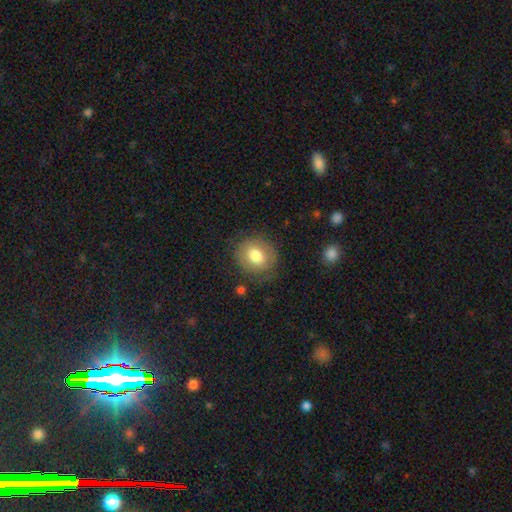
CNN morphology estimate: A smooth galaxy with no disk features (74%) that is round (71%). Merging: none (77%).